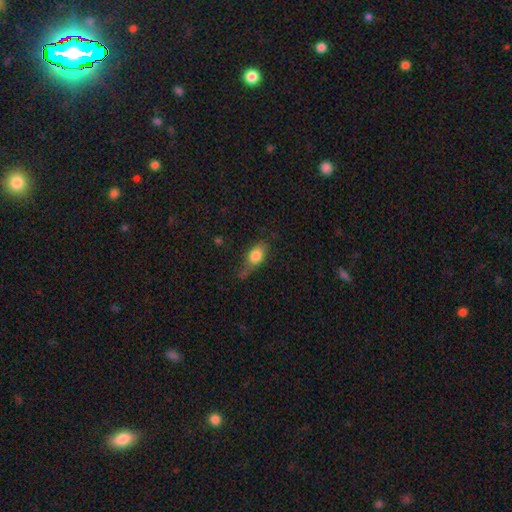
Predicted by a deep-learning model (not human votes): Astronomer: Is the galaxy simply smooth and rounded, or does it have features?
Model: smooth — 78%.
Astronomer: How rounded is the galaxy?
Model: in between — 79%.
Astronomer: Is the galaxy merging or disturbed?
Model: none — 48% (runner-up: minor disturbance, 33%).